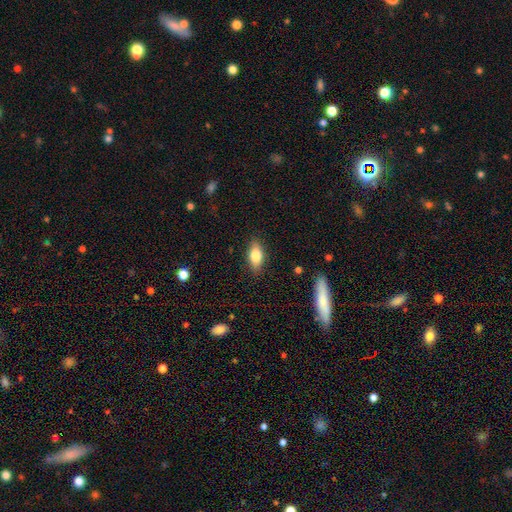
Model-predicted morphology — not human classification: Smooth or featured: smooth — 78% (featured or disk — 15%)
How rounded: in between — 84% (cigar-shaped — 11%)
Merging: none — 86% (minor disturbance — 10%)